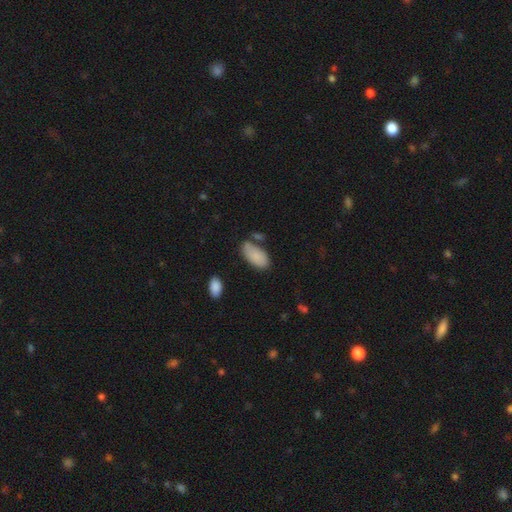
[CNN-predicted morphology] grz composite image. It shows a smooth galaxy with no disk features (86%) that is in between round and cigar-shaped (95%). Merging: none (63%).